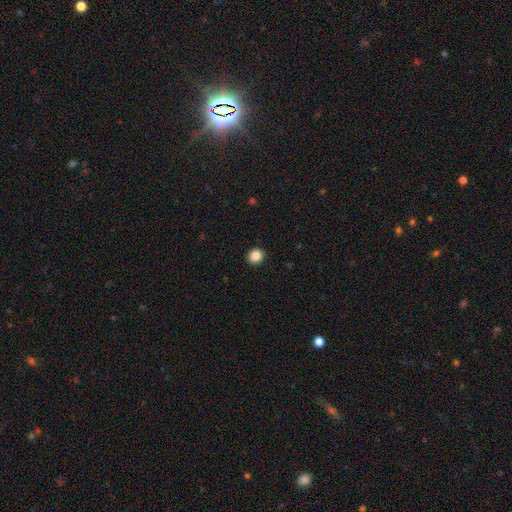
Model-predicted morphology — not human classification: smooth_or_featured: smooth (p=0.86) [alt: star or artifact p=0.10]
how_rounded: round (p=0.91) [alt: in between p=0.08]
merging: none (p=0.93) [alt: minor disturbance p=0.04]